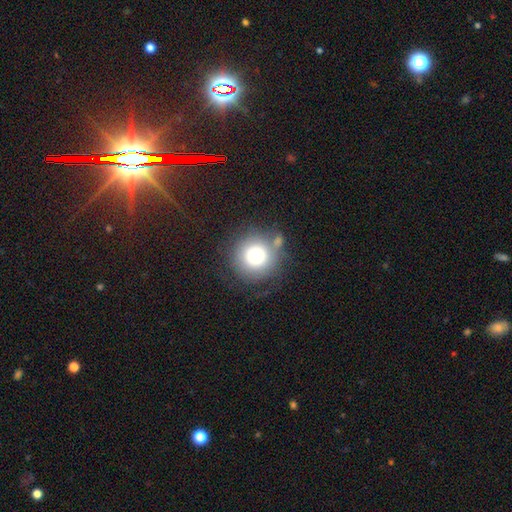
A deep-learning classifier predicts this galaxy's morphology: smooth-or-featured: smooth: 74% | featured or disk: 16% | star or artifact: 11%
  how-rounded: round: 95% | in between: 4% | cigar-shaped: 1%
  merging: none: 68% | minor disturbance: 15% | merger: 10% | major disturbance: 8%